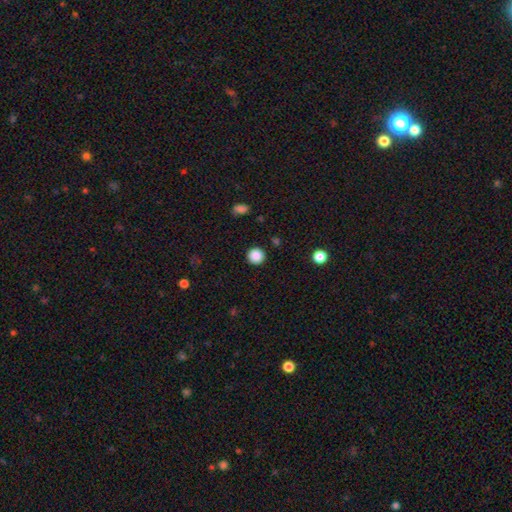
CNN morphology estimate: Smooth or featured? Predicted: smooth (p=0.88). How rounded? Predicted: round (p=0.95). Merging? Predicted: none (p=0.92).